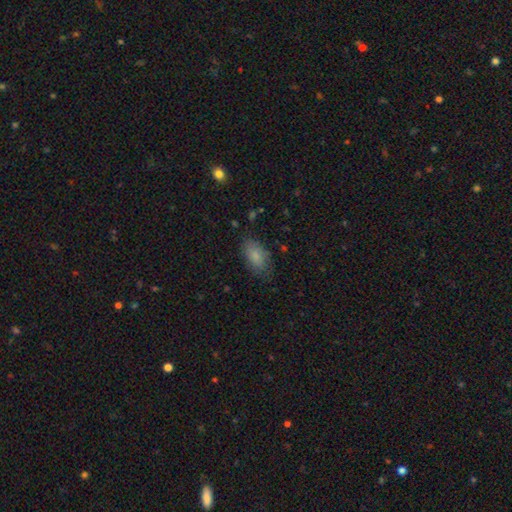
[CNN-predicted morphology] Smooth or featured? Predicted: smooth (p=0.83). How rounded? Predicted: in between (p=0.92). Merging? Predicted: none (p=0.73).